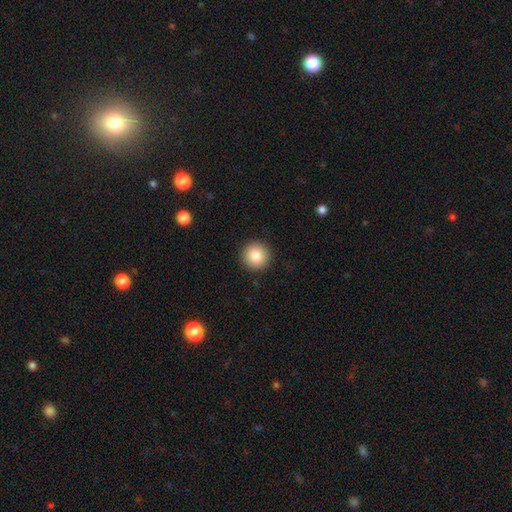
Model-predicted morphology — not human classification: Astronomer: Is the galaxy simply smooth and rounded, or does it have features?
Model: smooth — 84%.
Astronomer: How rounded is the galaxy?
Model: round — 95%.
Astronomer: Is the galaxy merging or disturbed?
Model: none — 92%.